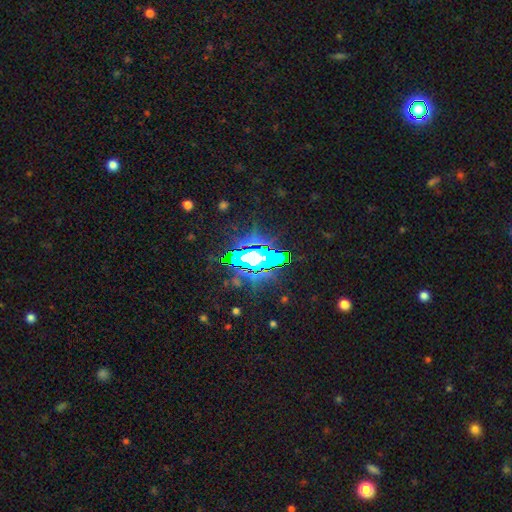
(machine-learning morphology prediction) Smooth or featured? Predicted: star or artifact (p=0.62).